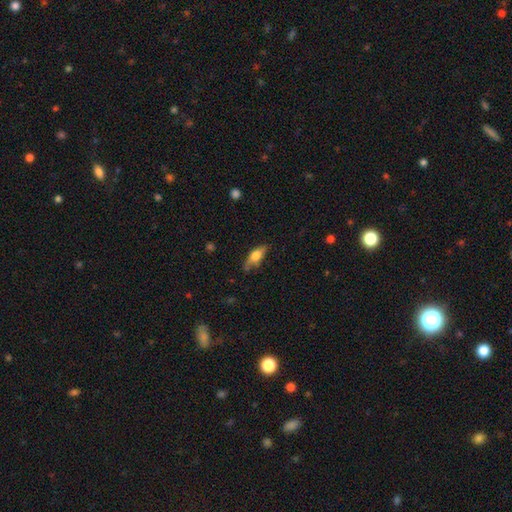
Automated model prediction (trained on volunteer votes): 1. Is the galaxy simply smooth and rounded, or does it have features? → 66% smooth, 27% featured or disk, 7% star or artifact.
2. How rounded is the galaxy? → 70% in between, 26% cigar-shaped, 4% round.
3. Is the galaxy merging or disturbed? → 67% none, 24% minor disturbance, 6% major disturbance, 3% merger.